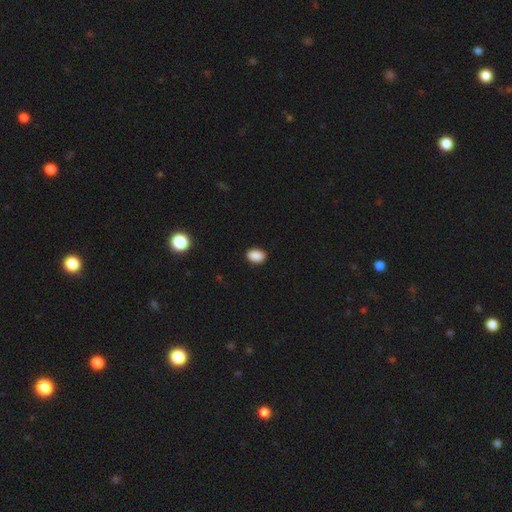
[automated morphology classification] Q: Smooth or featured?
A: smooth (89%); runner-up: star or artifact (9%)
Q: How rounded?
A: in between (81%); runner-up: round (17%)
Q: Merging?
A: none (88%); runner-up: minor disturbance (9%)